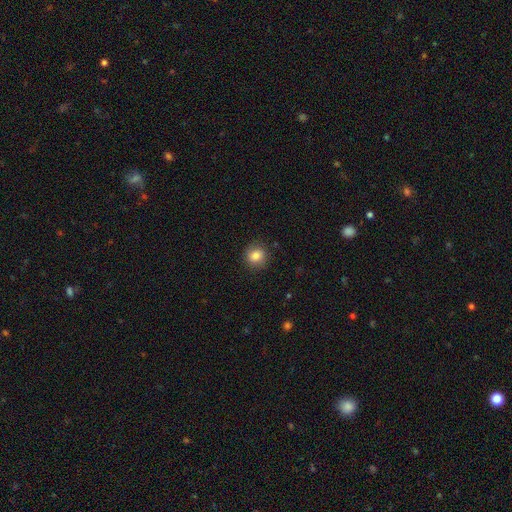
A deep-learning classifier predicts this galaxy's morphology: Smooth or featured: smooth — 82% (star or artifact — 10%)
How rounded: round — 85% (in between — 14%)
Merging: none — 86% (minor disturbance — 10%)